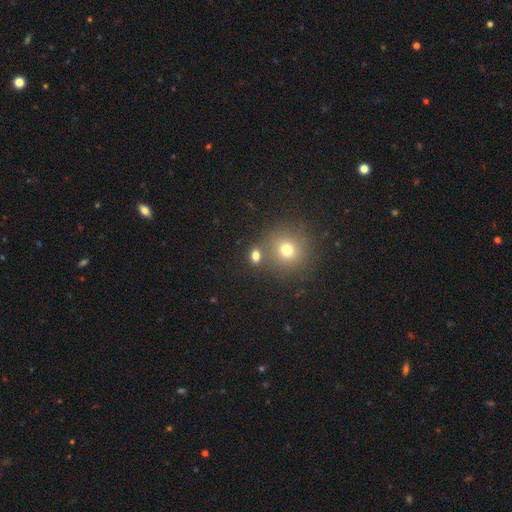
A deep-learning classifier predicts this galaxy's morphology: Q: Smooth or featured?
A: smooth (74%); runner-up: star or artifact (18%)
Q: How rounded?
A: round (57%); runner-up: in between (41%)
Q: Merging?
A: none (65%); runner-up: merger (20%)